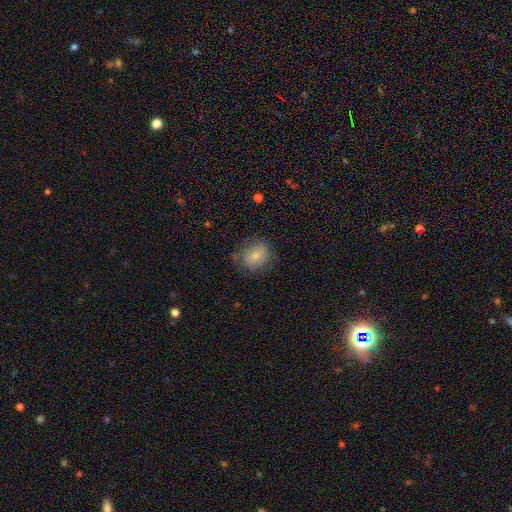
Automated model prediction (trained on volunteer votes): This is likely a smooth galaxy (71%). How rounded: likely round (65%). Merging: likely none (69%).